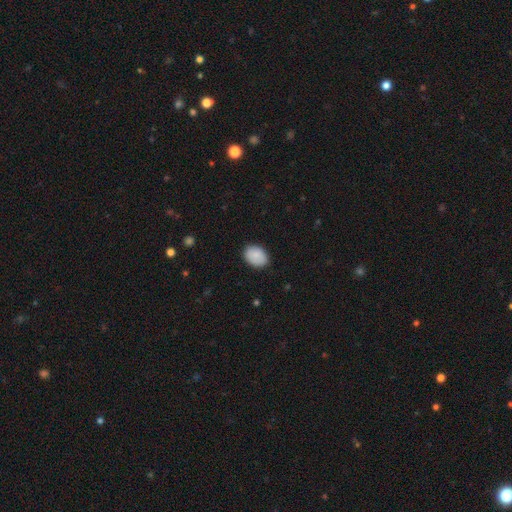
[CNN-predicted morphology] Smooth or featured? Predicted: smooth (p=0.89). How rounded? Predicted: in between (p=0.75). Merging? Predicted: none (p=0.86).